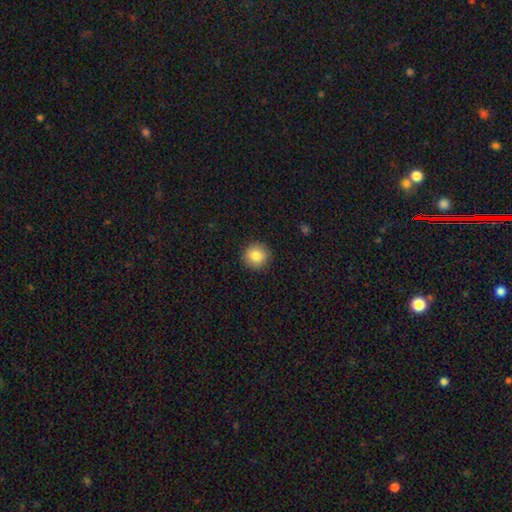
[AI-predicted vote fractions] Smooth or featured?
  - smooth: 85% *
  - star or artifact: 9%
  - featured or disk: 6%
How rounded?
  - round: 93% *
  - in between: 6%
  - cigar-shaped: 1%
Merging?
  - none: 91% *
  - minor disturbance: 6%
  - major disturbance: 2%
  - merger: 1%